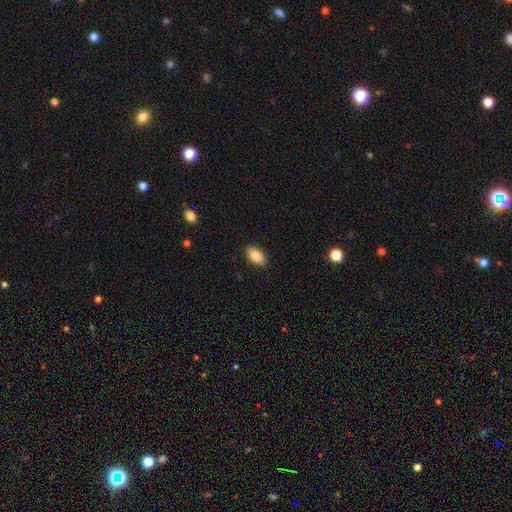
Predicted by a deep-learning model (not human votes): This is clearly a smooth galaxy (86%). How rounded: clearly in between (91%). Merging: clearly none (89%).